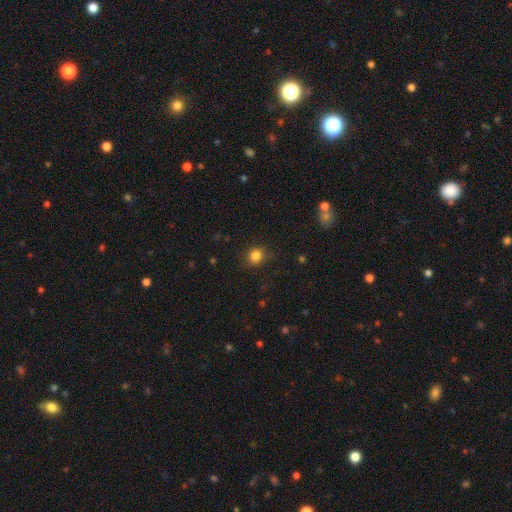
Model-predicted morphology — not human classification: Smooth or featured? Predicted: smooth (p=0.83). How rounded? Predicted: round (p=0.81). Merging? Predicted: none (p=0.84).